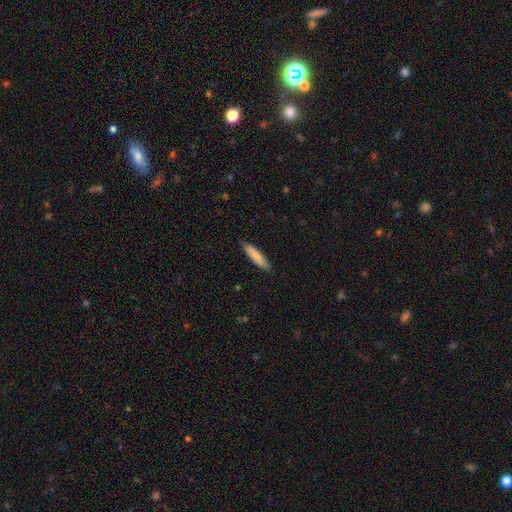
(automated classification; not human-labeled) A smooth galaxy with no disk features (82%) that is cigar-shaped (82%).

Vote fractions:
- Smooth or featured? smooth: 82% / featured or disk: 12% / star or artifact: 6%
- How rounded? cigar-shaped: 82% / in between: 17% / round: 1%
- Merging? none: 87% / minor disturbance: 10% / major disturbance: 2% / merger: 1%